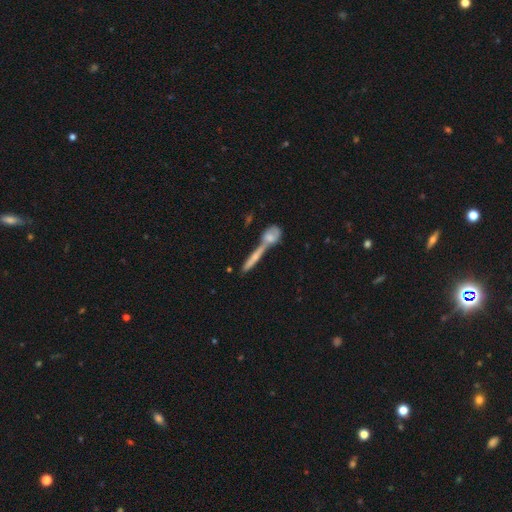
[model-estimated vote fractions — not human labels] smooth_or_featured: featured or disk (p=0.46) [alt: smooth p=0.42]
merging: merger (p=0.49) [alt: none p=0.39]